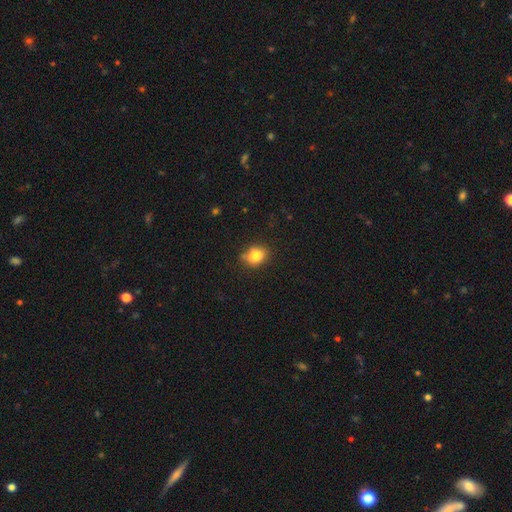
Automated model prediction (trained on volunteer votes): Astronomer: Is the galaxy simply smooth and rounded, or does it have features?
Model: smooth — 82%.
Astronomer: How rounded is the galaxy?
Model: round — 56% (runner-up: in between, 42%).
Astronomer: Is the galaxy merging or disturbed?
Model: none — 73%.